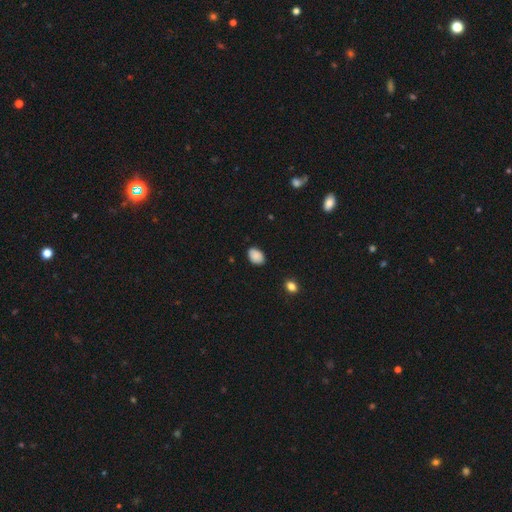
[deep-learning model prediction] This is clearly a smooth galaxy (89%). How rounded: clearly in between (83%). Merging: clearly none (84%).